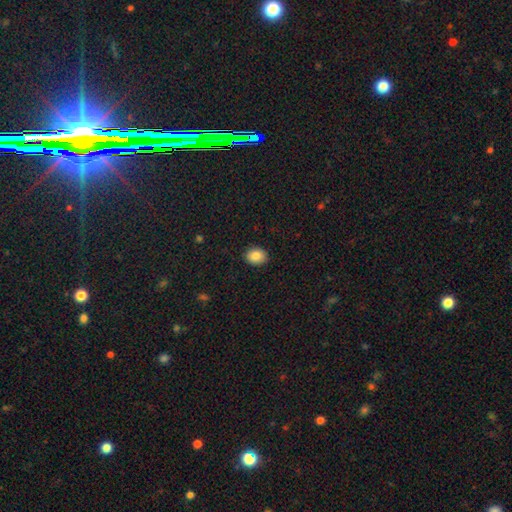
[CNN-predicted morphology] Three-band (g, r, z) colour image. It shows a smooth galaxy with no disk features (84%) that is in between round and cigar-shaped (51%). Merging: none (90%).